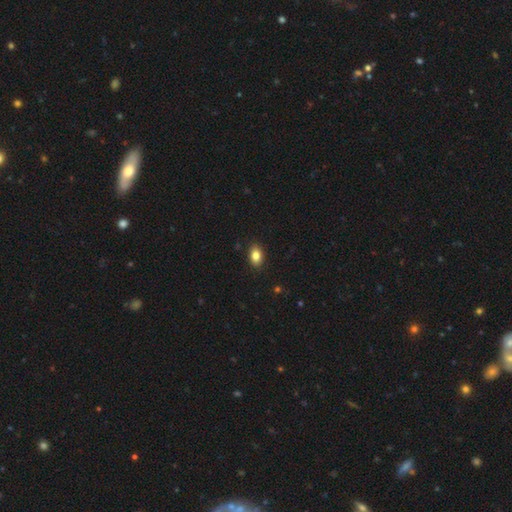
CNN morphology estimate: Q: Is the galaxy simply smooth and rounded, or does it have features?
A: smooth — 84%.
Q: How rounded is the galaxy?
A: in between — 86%.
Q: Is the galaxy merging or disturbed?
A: none — 89%.